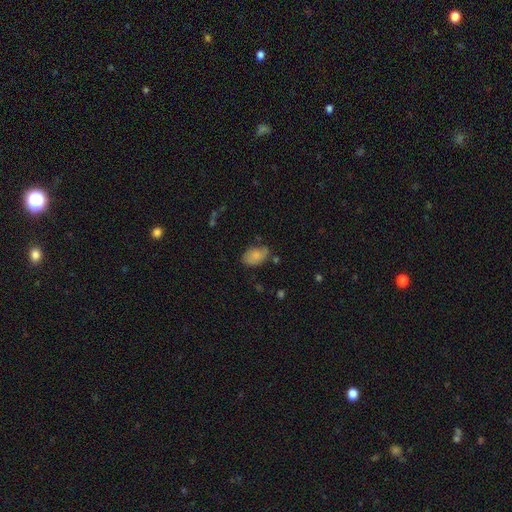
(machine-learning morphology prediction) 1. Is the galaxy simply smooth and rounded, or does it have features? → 73% smooth, 18% featured or disk, 8% star or artifact.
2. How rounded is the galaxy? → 87% in between, 12% round, 1% cigar-shaped.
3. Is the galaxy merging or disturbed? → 57% none, 30% minor disturbance, 9% major disturbance, 4% merger.